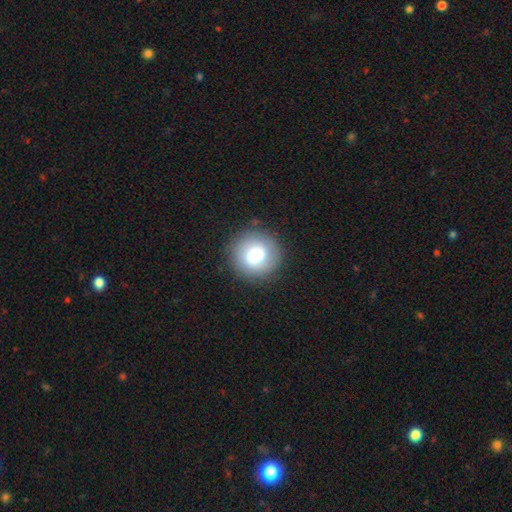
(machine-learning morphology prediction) This appears to be a smooth galaxy with no disk features (77%) that is round (93%). Merging: none (87%).